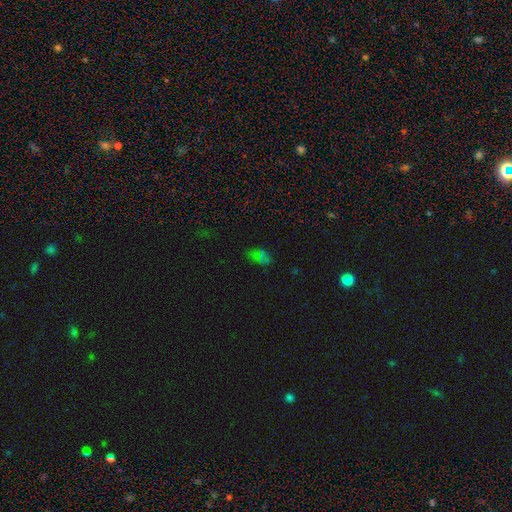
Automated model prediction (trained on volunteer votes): This appears to be a smooth galaxy with no disk features (50%). Merging: none (59%).